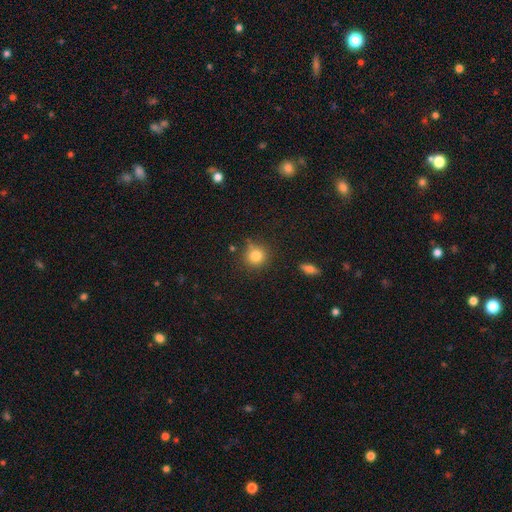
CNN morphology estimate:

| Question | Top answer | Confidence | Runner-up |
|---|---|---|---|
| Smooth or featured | smooth | 82% | star or artifact (11%) |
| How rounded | round | 90% | in between (9%) |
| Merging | none | 77% | minor disturbance (13%) |